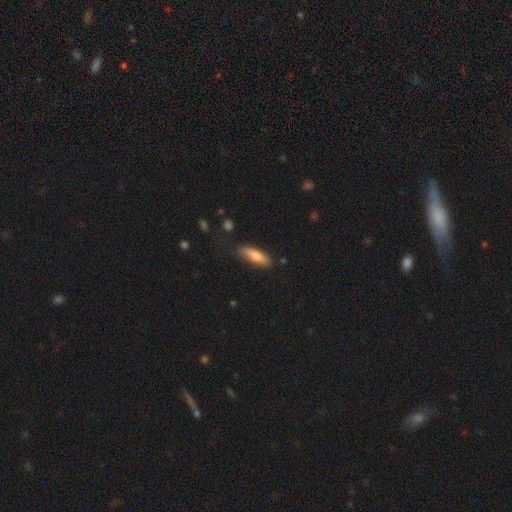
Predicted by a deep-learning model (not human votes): This is likely a smooth galaxy (79%). How rounded: possibly in between (50%). Merging: likely none (75%).